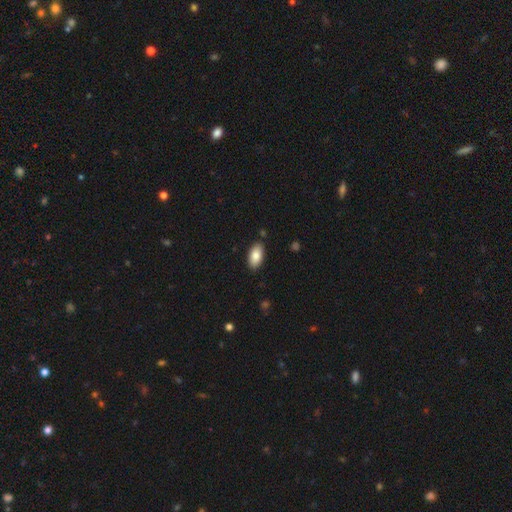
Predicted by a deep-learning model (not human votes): This is clearly a smooth galaxy (85%). How rounded: clearly in between (94%). Merging: clearly none (87%).